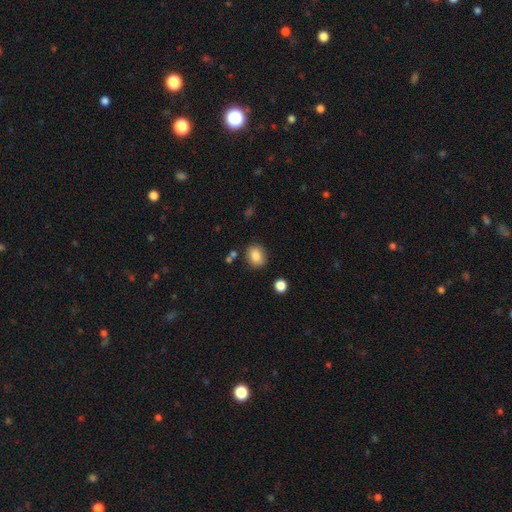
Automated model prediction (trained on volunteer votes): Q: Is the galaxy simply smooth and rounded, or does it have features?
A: smooth — 85%.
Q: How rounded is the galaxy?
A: in between — 50%.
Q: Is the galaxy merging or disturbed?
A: none — 82%.